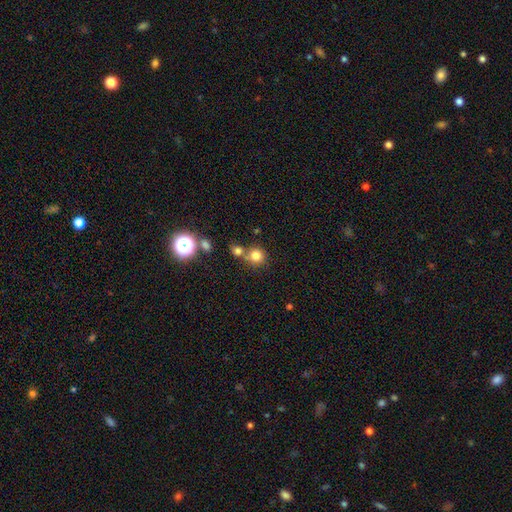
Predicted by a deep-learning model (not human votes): This is likely a smooth galaxy (77%). How rounded: clearly round (88%). Merging: possibly none (59%).